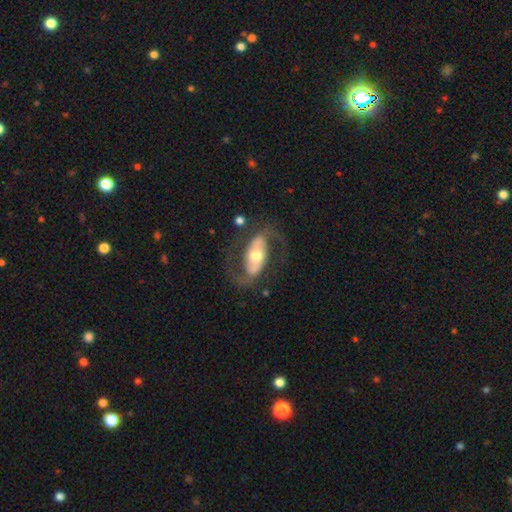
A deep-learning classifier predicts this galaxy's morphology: A featured or disk galaxy (81%) with a strong bar (36%), 2 (91%) medium (49%) spiral arms (86%) and a moderate central bulge (69%).

Vote fractions:
- Smooth or featured? featured or disk: 81% / smooth: 14% / star or artifact: 5%
- Edge-on disk? no: 94% / yes: 6%
- Bar? strong: 36% / no: 35% / weak: 28%
- Spiral arms? yes: 86% / no: 14%
- Spiral winding? medium: 49% / loose: 35% / tight: 16%
- Spiral arm count? 2: 91% / can't tell: 4% / 1: 2% / 3: 1% / 4: 1% / more than 4: 1%
- Bulge size? moderate: 69% / small: 16% / large: 12% / dominant: 2% / none: 1%
- Merging? none: 71% / minor disturbance: 14% / major disturbance: 14% / merger: 2%